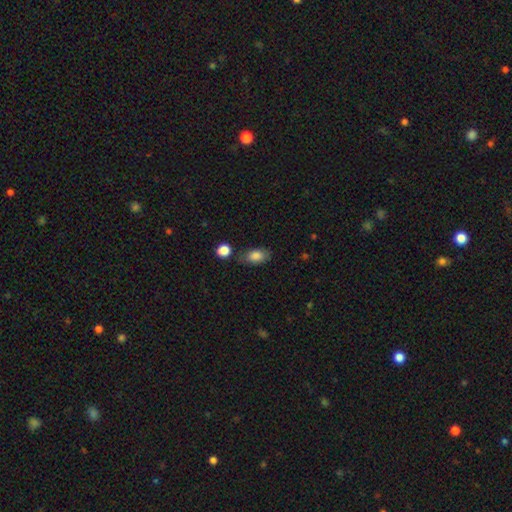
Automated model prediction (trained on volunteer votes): This appears to be a smooth galaxy with no disk features (84%) that is in between round and cigar-shaped (89%). Merging: none (72%).